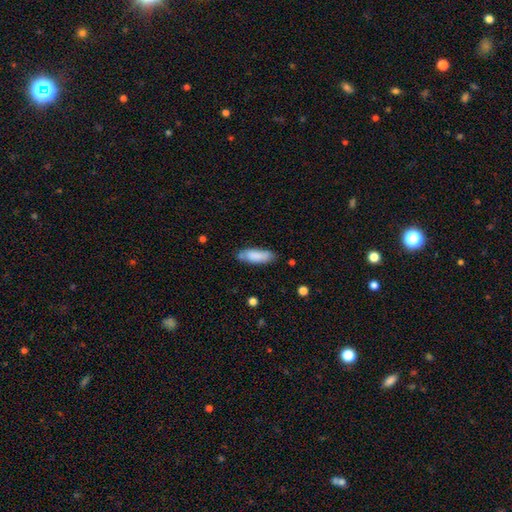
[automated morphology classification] A smooth galaxy with no disk features (83%) that is in between round and cigar-shaped (62%).

Vote fractions:
- Smooth or featured? smooth: 83% / featured or disk: 11% / star or artifact: 6%
- How rounded? in between: 62% / cigar-shaped: 36% / round: 2%
- Merging? none: 73% / minor disturbance: 19% / major disturbance: 4% / merger: 4%